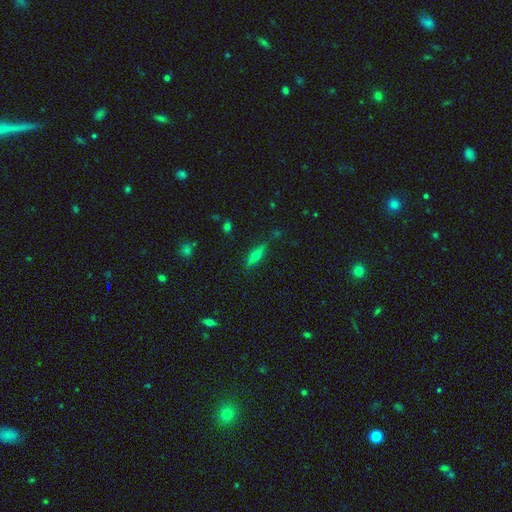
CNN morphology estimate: smooth 60%, featured or disk 29%, star or artifact 11%. Down the decision tree: how rounded — cigar-shaped (59%); merging — none (81%).